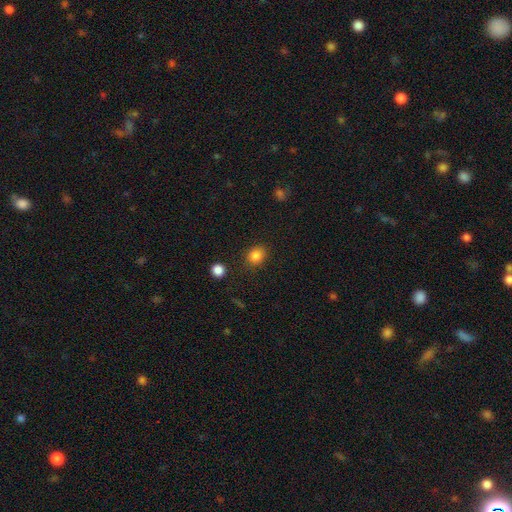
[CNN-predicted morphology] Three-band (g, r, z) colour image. It shows a smooth galaxy with no disk features (85%) that is round (58%). Merging: none (82%).